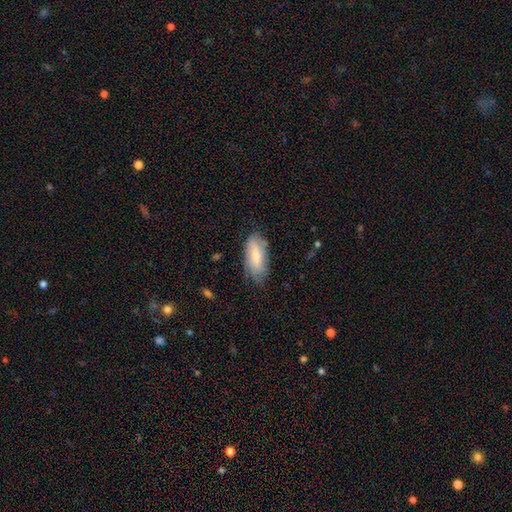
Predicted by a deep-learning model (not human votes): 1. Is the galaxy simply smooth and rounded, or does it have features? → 65% smooth, 28% featured or disk, 7% star or artifact.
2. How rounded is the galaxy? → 82% in between, 15% cigar-shaped, 2% round.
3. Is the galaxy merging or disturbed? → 67% none, 25% minor disturbance, 6% major disturbance, 2% merger.